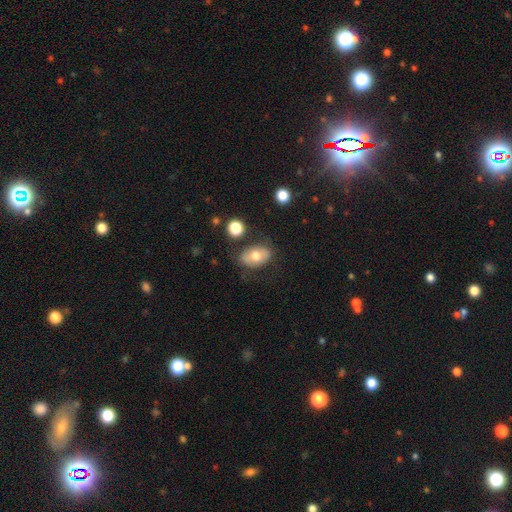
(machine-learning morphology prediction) A smooth galaxy with no disk features (65%) that is in between round and cigar-shaped (82%). Merging: none (73%).